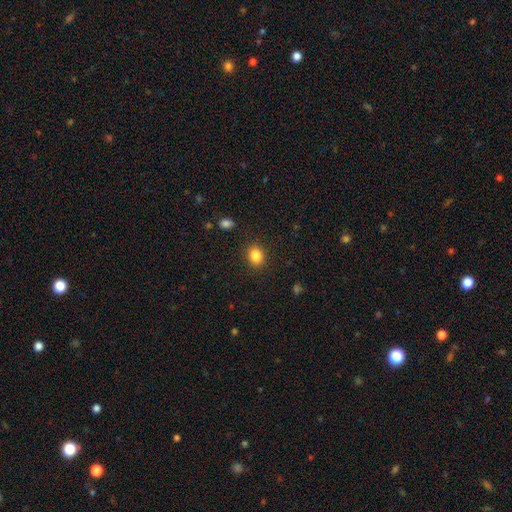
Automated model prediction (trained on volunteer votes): Smooth or featured?
  - smooth: 85% *
  - star or artifact: 10%
  - featured or disk: 5%
How rounded?
  - round: 57% *
  - in between: 42%
  - cigar-shaped: 1%
Merging?
  - none: 87% *
  - minor disturbance: 8%
  - major disturbance: 3%
  - merger: 1%